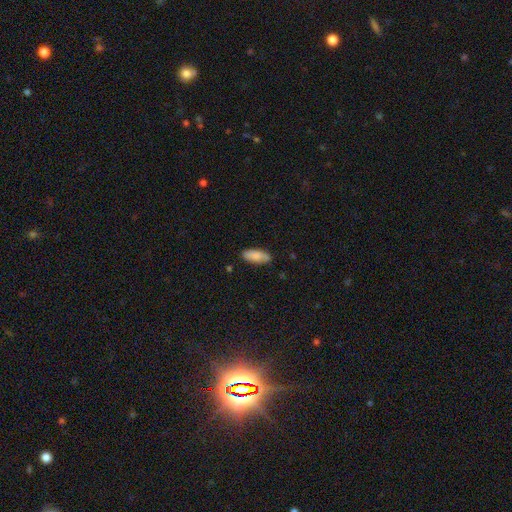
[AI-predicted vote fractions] Smooth or featured: smooth — 85% (featured or disk — 9%)
How rounded: in between — 75% (cigar-shaped — 24%)
Merging: none — 85% (minor disturbance — 11%)